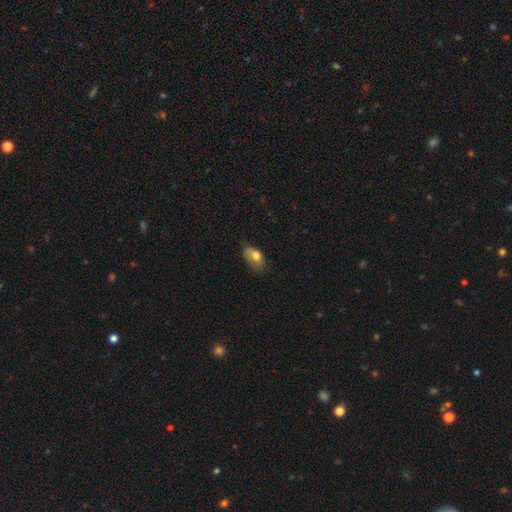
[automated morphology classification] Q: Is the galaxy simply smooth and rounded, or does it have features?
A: smooth — 73%.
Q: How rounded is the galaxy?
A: in between — 89%.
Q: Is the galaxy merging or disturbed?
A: none — 50%.